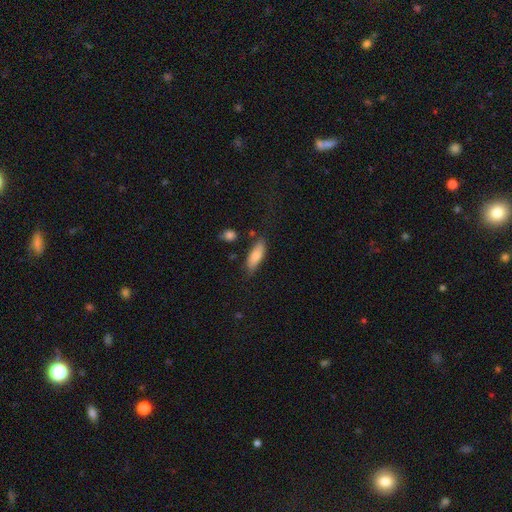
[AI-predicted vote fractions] Smooth or featured? Predicted: smooth (p=0.81). How rounded? Predicted: in between (p=0.64). Merging? Predicted: none (p=0.73).